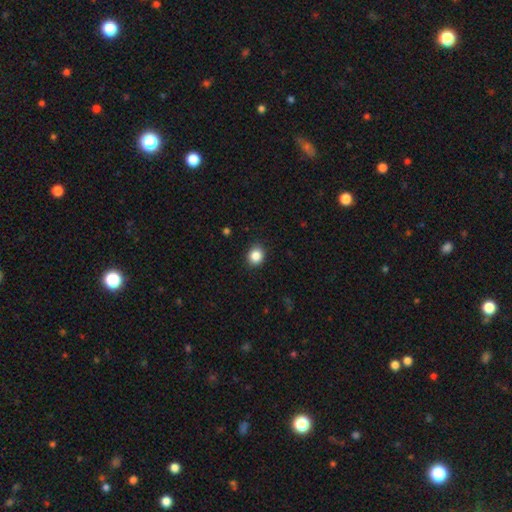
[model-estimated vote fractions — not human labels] A smooth galaxy with no disk features (86%) that is round (77%).

Vote fractions:
- Smooth or featured? smooth: 86% / star or artifact: 10% / featured or disk: 4%
- How rounded? round: 77% / in between: 22% / cigar-shaped: 1%
- Merging? none: 90% / minor disturbance: 7% / major disturbance: 2% / merger: 1%